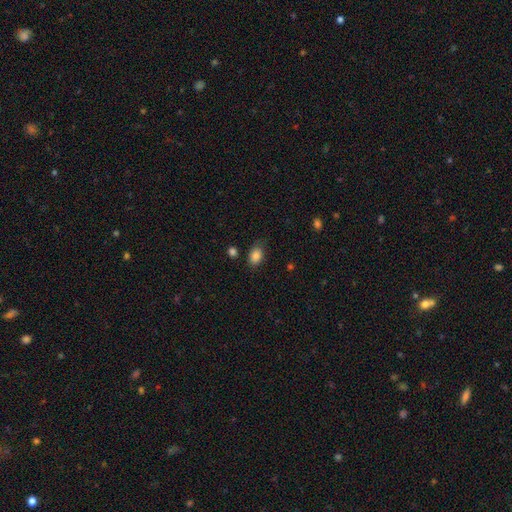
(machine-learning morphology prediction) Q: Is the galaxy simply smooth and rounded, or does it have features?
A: smooth — 85%.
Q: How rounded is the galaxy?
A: in between — 80%.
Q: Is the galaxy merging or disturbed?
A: none — 77%.